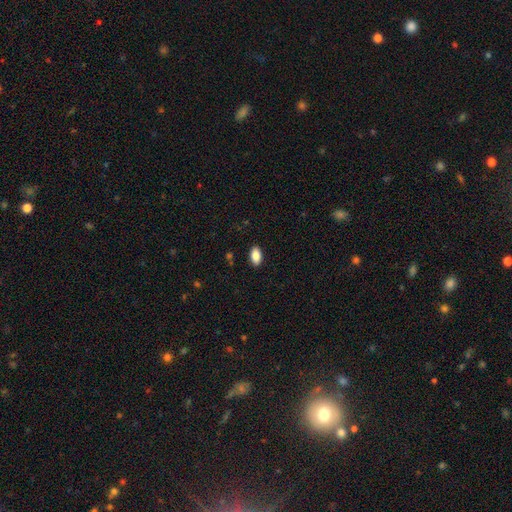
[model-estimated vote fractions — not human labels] Smooth or featured: smooth — 85% (featured or disk — 8%)
How rounded: in between — 92% (round — 4%)
Merging: none — 89% (minor disturbance — 8%)